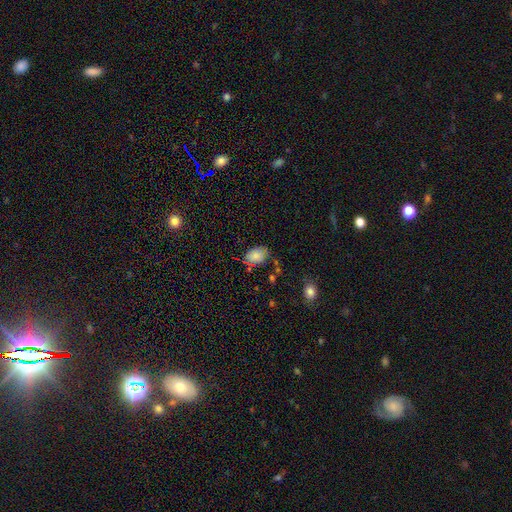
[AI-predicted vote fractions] Smooth or featured? Predicted: smooth (p=0.78). How rounded? Predicted: in between (p=0.79). Merging? Predicted: none (p=0.65).